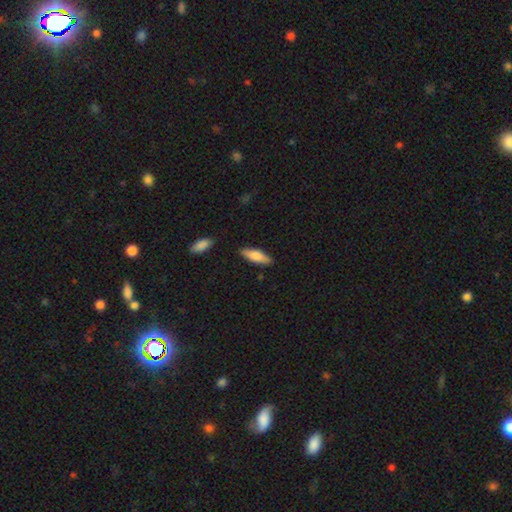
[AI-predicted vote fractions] Morphology: type=smooth (72%); roundness=in between (50%); merging=none (85%).